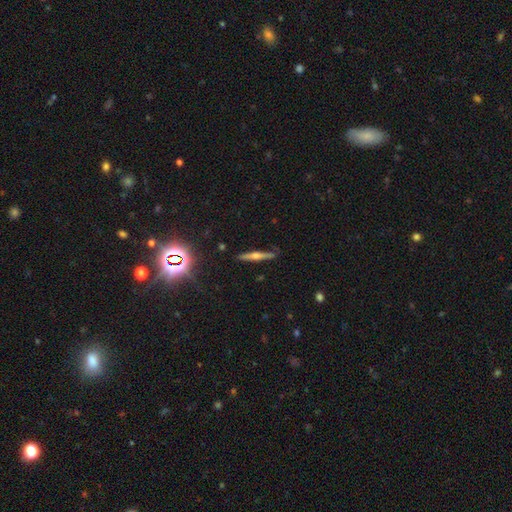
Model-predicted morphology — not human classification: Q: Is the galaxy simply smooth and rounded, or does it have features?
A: featured or disk — 64%.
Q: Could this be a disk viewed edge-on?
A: yes — 97%.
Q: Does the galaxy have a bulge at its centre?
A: rounded — 87%.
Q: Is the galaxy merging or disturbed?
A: none — 88%.